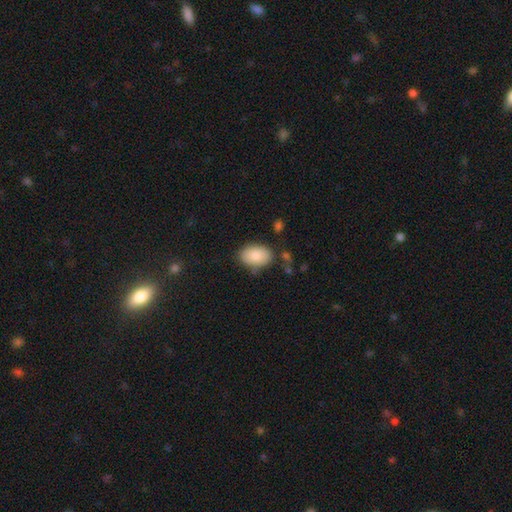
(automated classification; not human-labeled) Smooth or featured? Predicted: smooth (p=0.86). How rounded? Predicted: in between (p=0.88). Merging? Predicted: none (p=0.76).